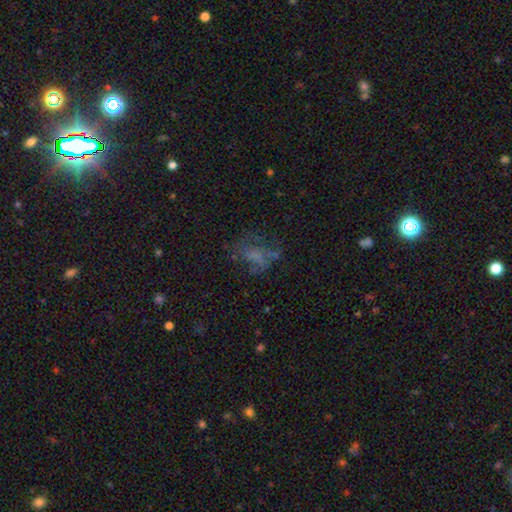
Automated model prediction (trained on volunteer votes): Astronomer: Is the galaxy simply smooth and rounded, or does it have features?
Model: featured or disk — 39% (runner-up: smooth, 38%).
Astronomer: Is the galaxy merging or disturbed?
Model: none — 41% (runner-up: major disturbance, 35%).